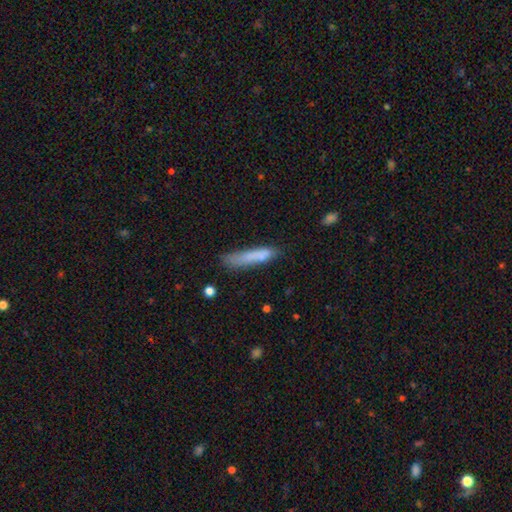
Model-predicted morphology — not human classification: Smooth or featured? smooth (76%)
How rounded? cigar-shaped (90%)
Merging? none (60%)